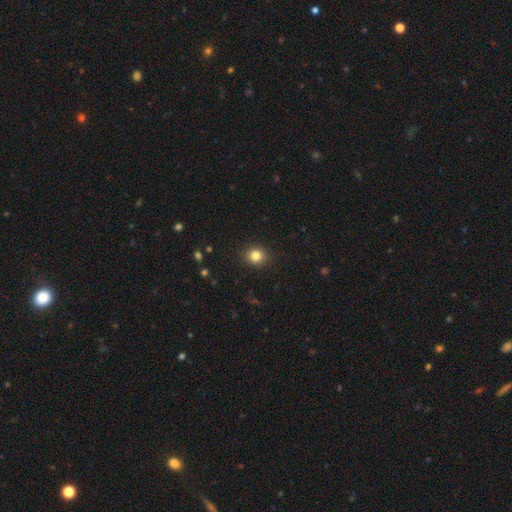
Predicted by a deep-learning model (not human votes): This appears to be a smooth galaxy with no disk features (83%) that is round (85%). Merging: none (91%).